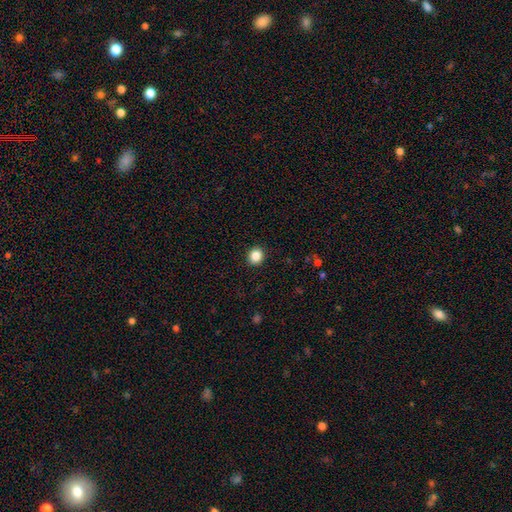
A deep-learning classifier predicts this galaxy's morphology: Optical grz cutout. It shows a smooth galaxy with no disk features (86%) that is round (84%). Merging: none (92%).